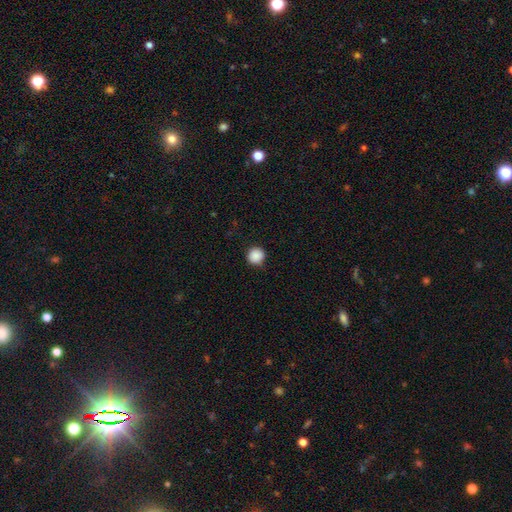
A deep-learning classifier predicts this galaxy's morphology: type=smooth (89%); roundness=round (93%); merging=none (88%).